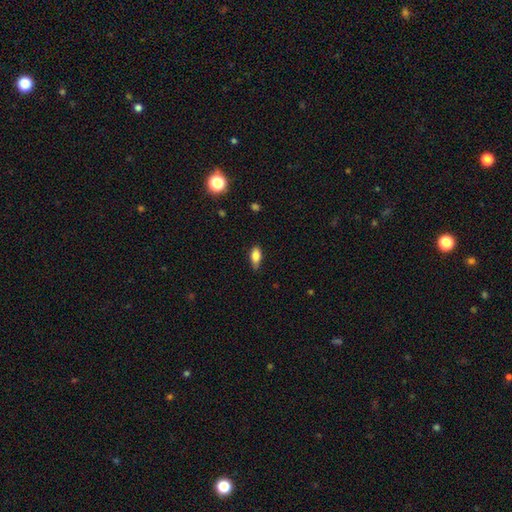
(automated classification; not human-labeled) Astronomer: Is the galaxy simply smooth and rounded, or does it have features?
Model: smooth — 82%.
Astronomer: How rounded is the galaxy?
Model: in between — 85%.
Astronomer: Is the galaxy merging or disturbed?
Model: none — 68%.